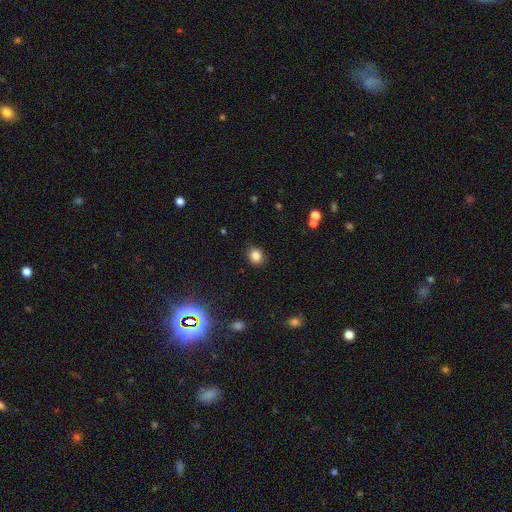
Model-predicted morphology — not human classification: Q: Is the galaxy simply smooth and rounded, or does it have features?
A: smooth — 83%.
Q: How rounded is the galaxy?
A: round — 62%.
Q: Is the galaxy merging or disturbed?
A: none — 88%.